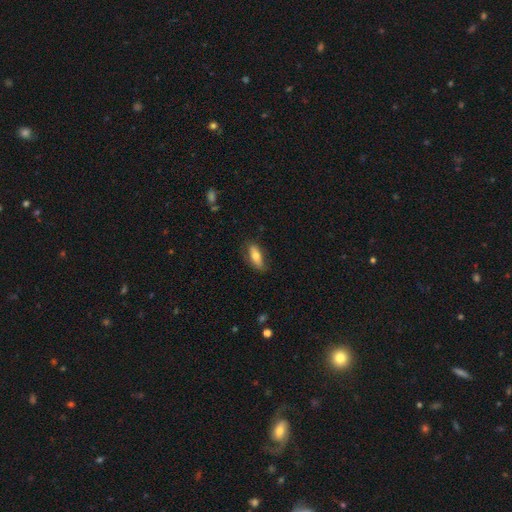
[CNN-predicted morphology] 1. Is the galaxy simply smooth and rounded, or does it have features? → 69% smooth, 24% featured or disk, 7% star or artifact.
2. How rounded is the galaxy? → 68% in between, 29% cigar-shaped, 3% round.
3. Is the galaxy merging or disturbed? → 76% none, 18% minor disturbance, 5% major disturbance, 1% merger.